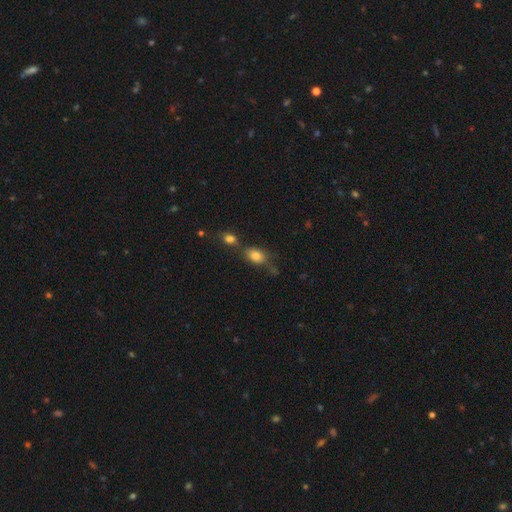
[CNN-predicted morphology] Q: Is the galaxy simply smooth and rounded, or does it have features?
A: smooth — 82%.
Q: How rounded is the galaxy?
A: in between — 77%.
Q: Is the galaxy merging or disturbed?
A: none — 45%.